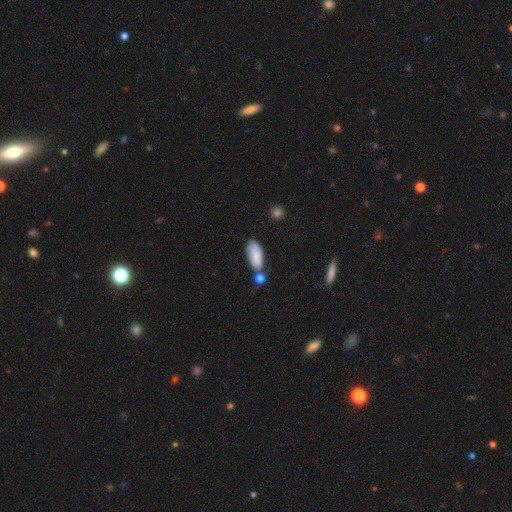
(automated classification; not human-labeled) Smooth or featured: smooth — 84% (featured or disk — 9%)
How rounded: in between — 87% (cigar-shaped — 11%)
Merging: none — 57% (merger — 19%)